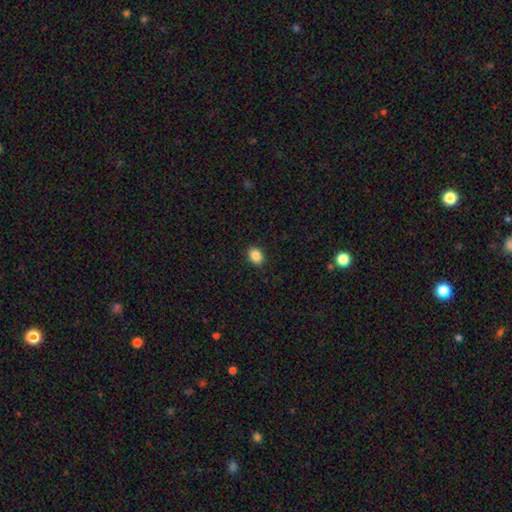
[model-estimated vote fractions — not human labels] smooth 87%, star or artifact 9%, featured or disk 4%. Down the decision tree: how rounded — in between (64%); merging — none (90%).